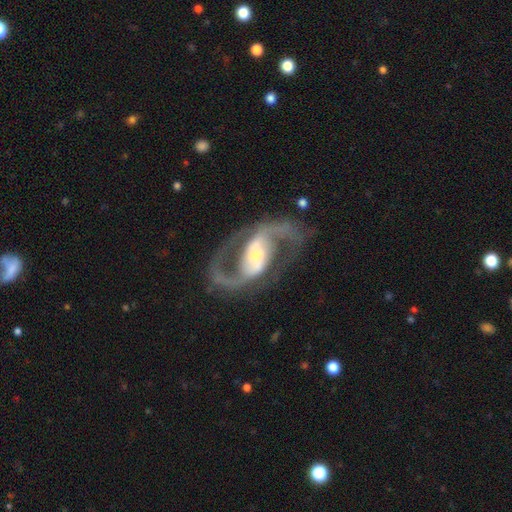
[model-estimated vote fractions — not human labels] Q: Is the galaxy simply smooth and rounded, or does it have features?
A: featured or disk — 91%.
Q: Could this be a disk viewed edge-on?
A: no — 97%.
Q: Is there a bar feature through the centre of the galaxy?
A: strong — 53%.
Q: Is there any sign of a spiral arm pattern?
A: yes — 96%.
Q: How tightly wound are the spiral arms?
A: medium — 55%.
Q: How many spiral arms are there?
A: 2 — 94%.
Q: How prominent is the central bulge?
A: moderate — 46%.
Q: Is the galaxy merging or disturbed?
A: none — 77%.